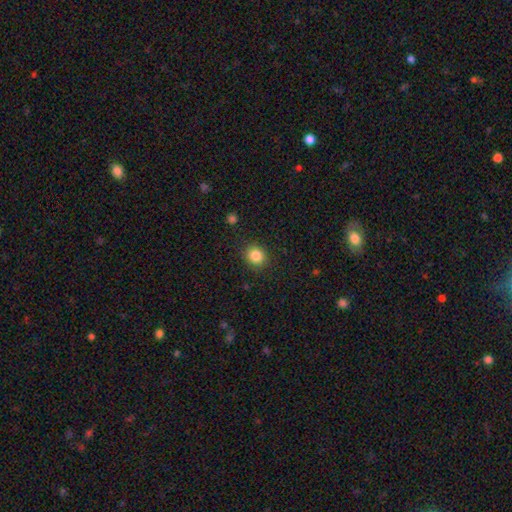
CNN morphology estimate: smooth_or_featured: smooth (p=0.84) [alt: star or artifact p=0.11]
how_rounded: round (p=0.78) [alt: in between p=0.21]
merging: none (p=0.88) [alt: minor disturbance p=0.08]